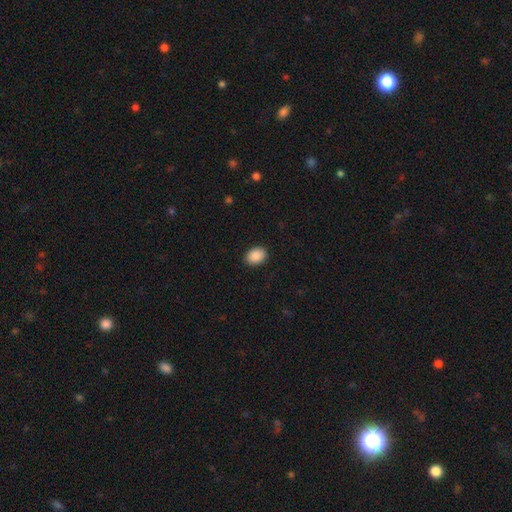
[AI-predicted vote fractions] smooth_or_featured: smooth (p=0.90) [alt: star or artifact p=0.07]
how_rounded: in between (p=0.73) [alt: round p=0.26]
merging: none (p=0.90) [alt: minor disturbance p=0.07]